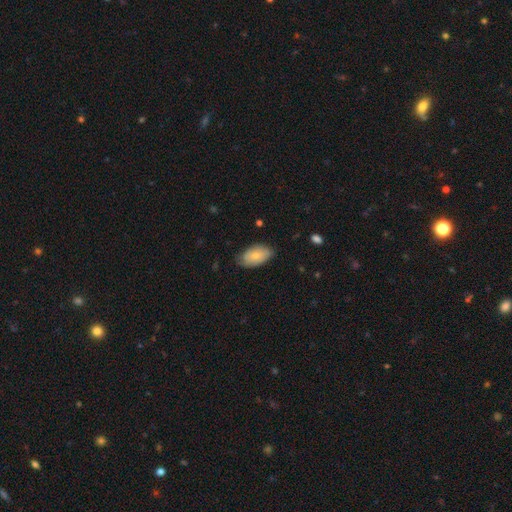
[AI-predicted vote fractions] Smooth or featured: smooth — 73% (featured or disk — 22%)
How rounded: in between — 94% (round — 5%)
Merging: none — 68% (minor disturbance — 26%)